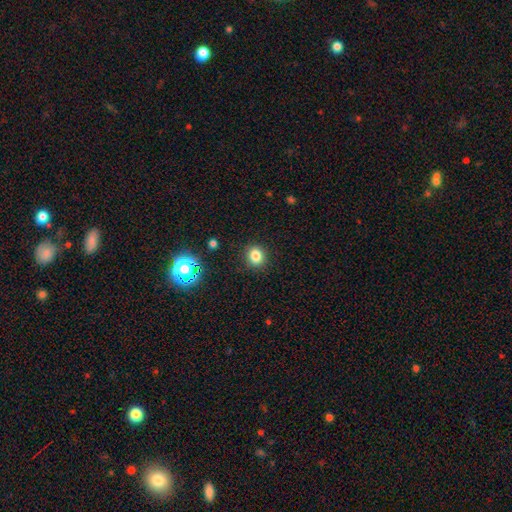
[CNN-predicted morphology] Overall: smooth (81%). How rounded: round (73%). Merging: none (89%).